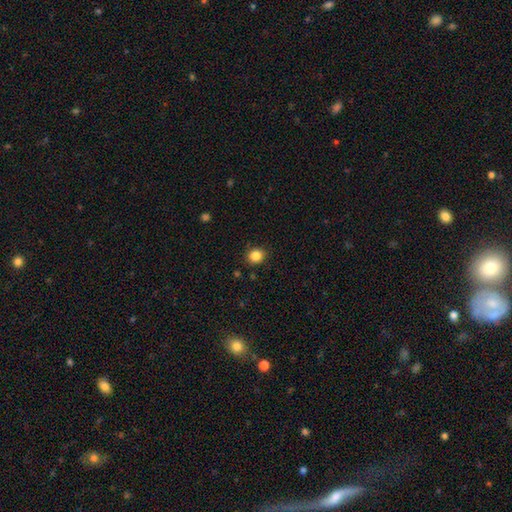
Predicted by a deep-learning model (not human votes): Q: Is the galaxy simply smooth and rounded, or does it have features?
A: smooth — 85%.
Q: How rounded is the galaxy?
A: round — 78%.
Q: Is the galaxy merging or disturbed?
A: none — 89%.